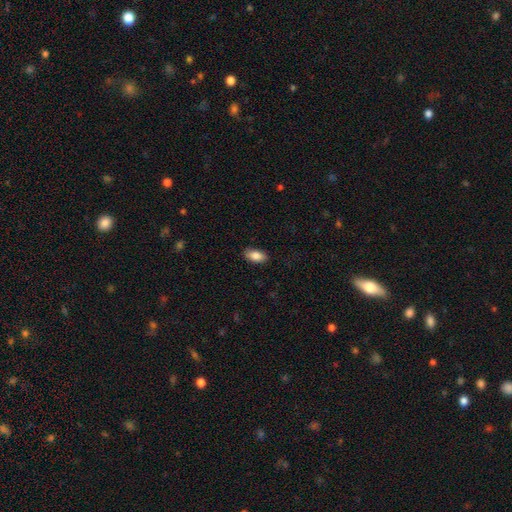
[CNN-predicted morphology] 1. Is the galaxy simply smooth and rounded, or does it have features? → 86% smooth, 7% star or artifact, 7% featured or disk.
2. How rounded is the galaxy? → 92% in between, 4% round, 4% cigar-shaped.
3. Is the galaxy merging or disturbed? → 86% none, 10% minor disturbance, 2% major disturbance, 1% merger.